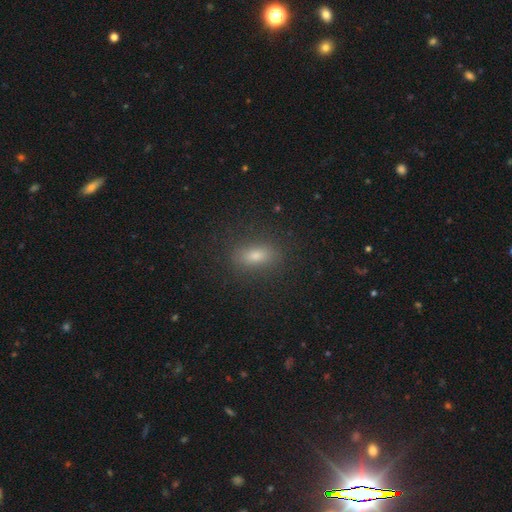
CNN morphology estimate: A smooth galaxy with no disk features (75%) that is in between round and cigar-shaped (79%). Merging: none (84%).